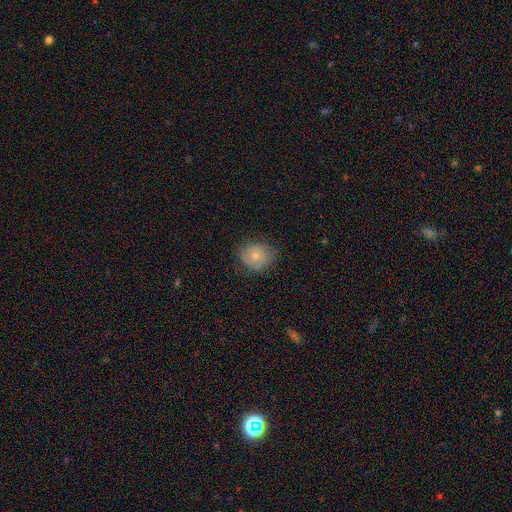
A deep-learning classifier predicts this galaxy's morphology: This appears to be a smooth galaxy with no disk features (73%) that is round (73%). Merging: none (70%).